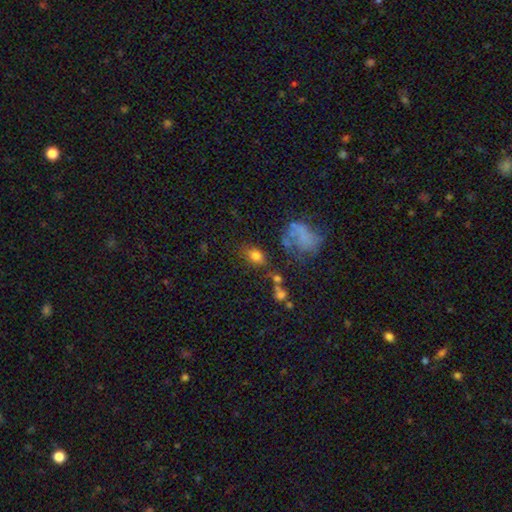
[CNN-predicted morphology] Smooth or featured?
  - smooth: 76% *
  - star or artifact: 13%
  - featured or disk: 12%
How rounded?
  - in between: 76% *
  - round: 21%
  - cigar-shaped: 3%
Merging?
  - none: 68% *
  - minor disturbance: 16%
  - major disturbance: 8%
  - merger: 8%